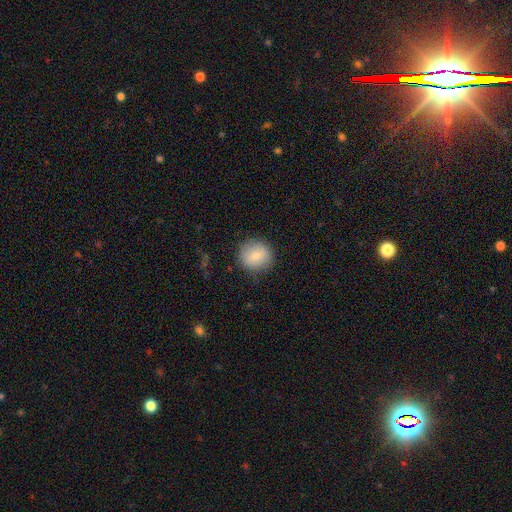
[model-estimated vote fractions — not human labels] This appears to be a smooth galaxy with no disk features (77%) that is round (89%). Merging: none (85%).